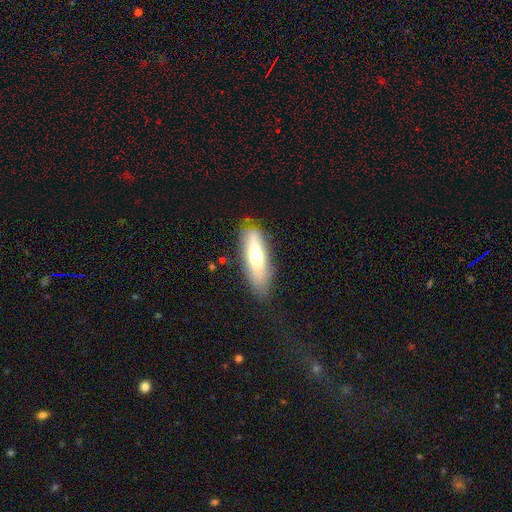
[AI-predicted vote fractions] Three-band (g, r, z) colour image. It shows a smooth galaxy with no disk features (61%) that is in between round and cigar-shaped (49%, tied with cigar-shaped). Merging: none (73%).